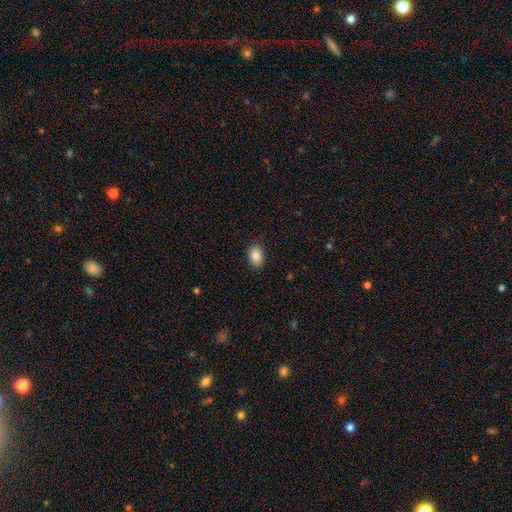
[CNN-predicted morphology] The model was most divided on "how rounded": in between: 85%, round: 14%, cigar-shaped: 1%. More confident: smooth or featured — smooth (87%); merging — none (86%).